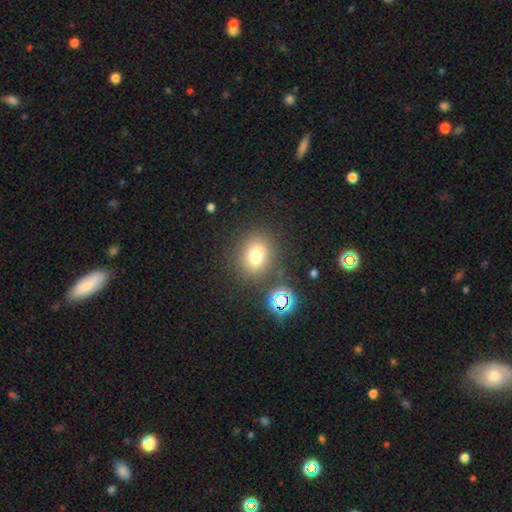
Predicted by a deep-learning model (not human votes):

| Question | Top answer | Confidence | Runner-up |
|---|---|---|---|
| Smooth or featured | smooth | 72% | star or artifact (18%) |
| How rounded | round | 62% | in between (37%) |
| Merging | none | 80% | minor disturbance (10%) |